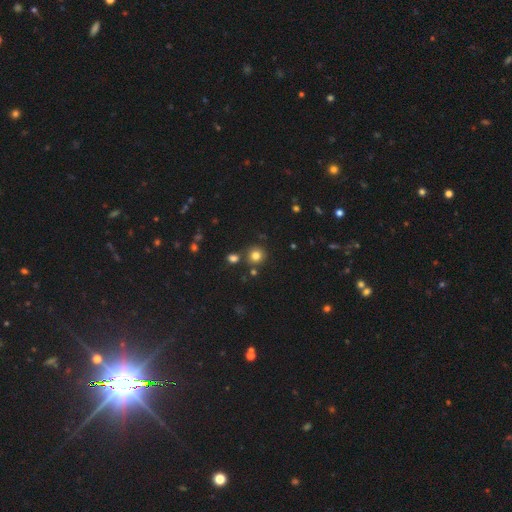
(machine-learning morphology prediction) Smooth or featured? smooth (80%)
How rounded? round (91%)
Merging? none (81%)